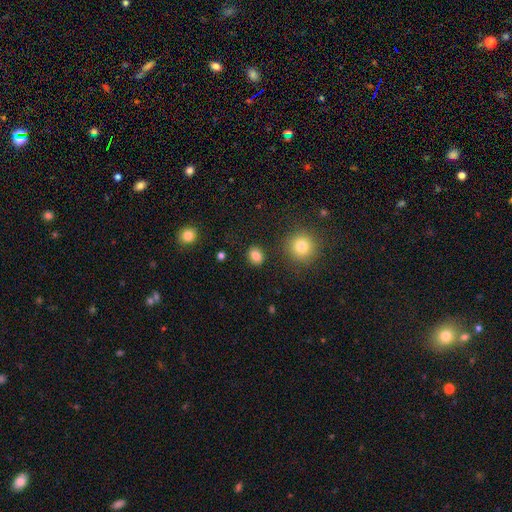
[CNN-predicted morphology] The model was most divided on "how rounded": round: 61%, in between: 38%, cigar-shaped: 1%. More confident: merging — none (87%); smooth or featured — smooth (83%).